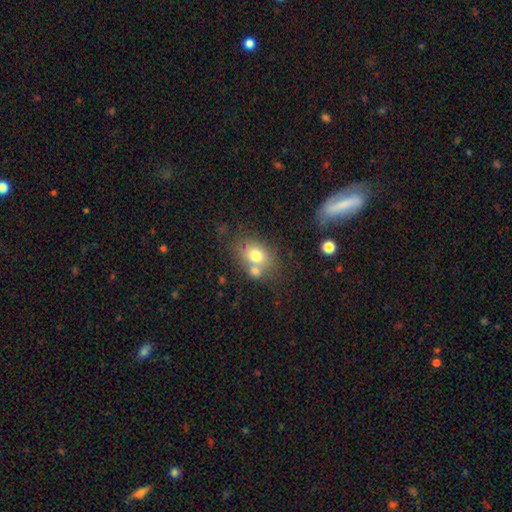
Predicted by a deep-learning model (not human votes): Morphology: type=smooth (72%); roundness=in between (63%); merging=none (50%).